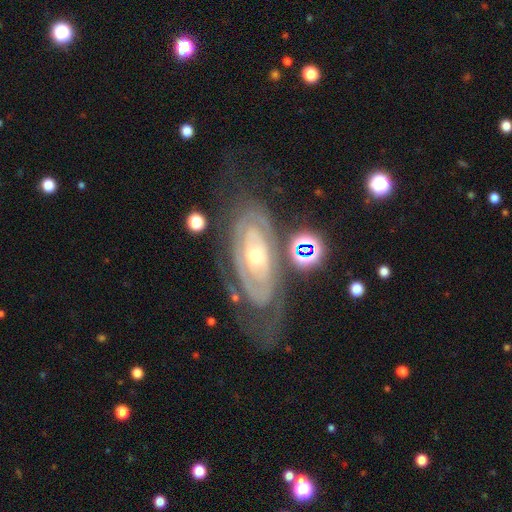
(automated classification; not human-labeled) Overall: featured or disk (83%). Edge-on disk: no (93%). Bar: no (76%). Spiral arms: yes (81%). Spiral arm count: 2 (40%; can't tell 36%). Spiral winding: tight (71%). Bulge size: moderate (51%; small 40%). Merging: none (57%; minor disturbance 20%).